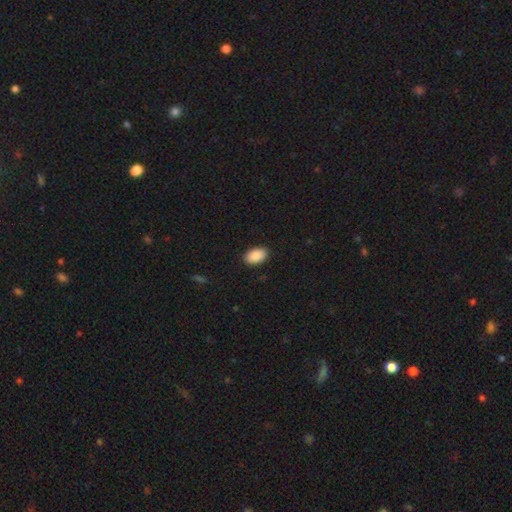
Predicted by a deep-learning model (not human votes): Smooth or featured: smooth — 90% (star or artifact — 7%)
How rounded: in between — 92% (round — 6%)
Merging: none — 90% (minor disturbance — 8%)